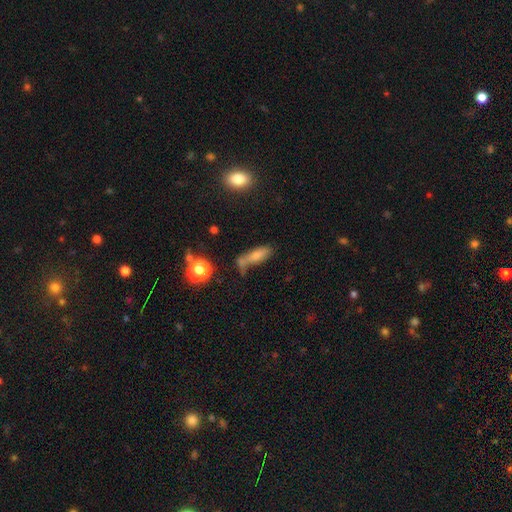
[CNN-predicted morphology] smooth-or-featured: smooth: 71% | featured or disk: 16% | star or artifact: 13%
  how-rounded: in between: 53% | cigar-shaped: 41% | round: 5%
  merging: none: 42% | merger: 25% | minor disturbance: 20% | major disturbance: 14%